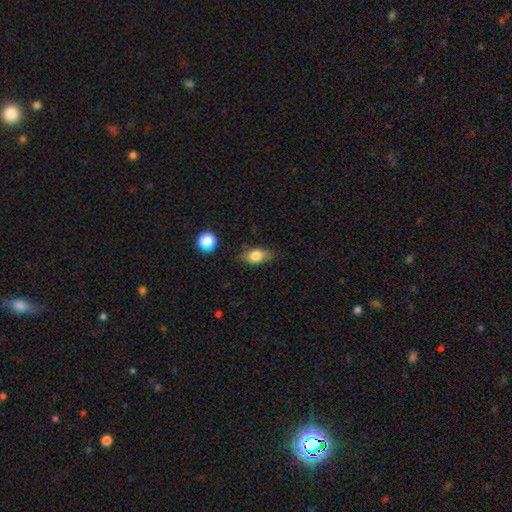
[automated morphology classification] smooth 78%, featured or disk 13%, star or artifact 9%. Down the decision tree: how rounded — in between (81%); merging — none (79%).